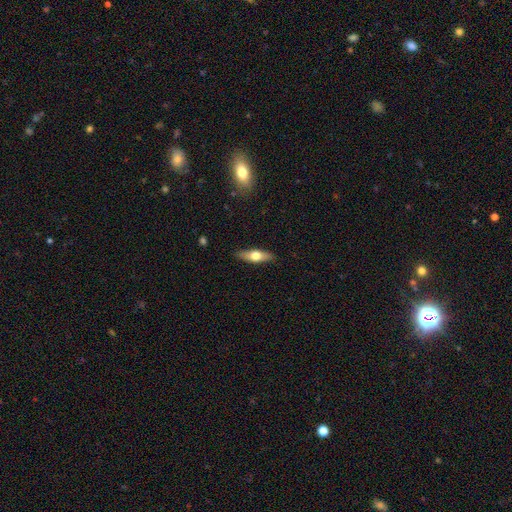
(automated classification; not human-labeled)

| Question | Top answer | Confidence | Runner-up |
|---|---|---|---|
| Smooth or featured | smooth | 52% | featured or disk (43%) |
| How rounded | in between | 50% | cigar-shaped (47%) |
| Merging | none | 88% | minor disturbance (9%) |